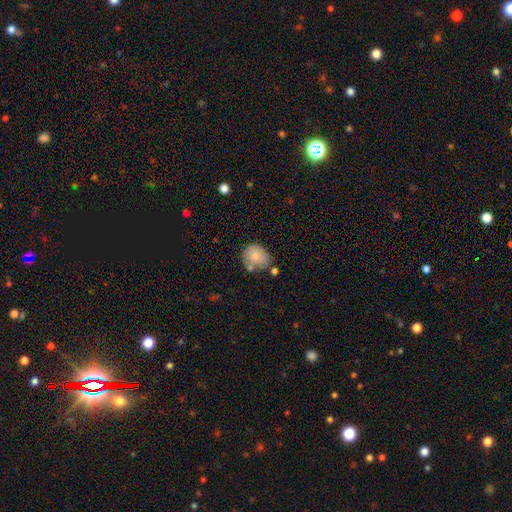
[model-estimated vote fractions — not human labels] This is likely a smooth galaxy (79%). How rounded: likely round (73%). Merging: possibly none (60%).